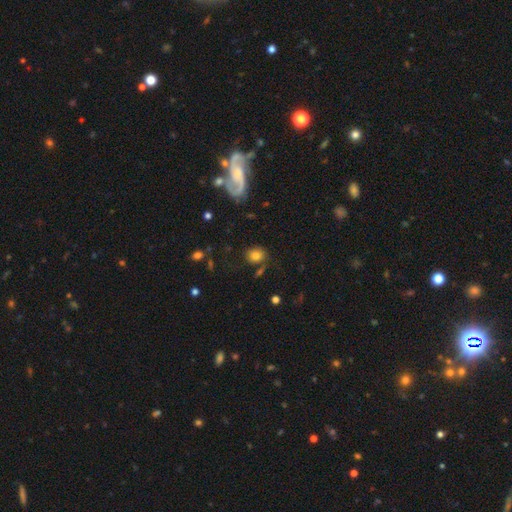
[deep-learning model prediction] A smooth galaxy with no disk features (79%) that is round (67%).

Vote fractions:
- Smooth or featured? smooth: 79% / star or artifact: 13% / featured or disk: 9%
- How rounded? round: 67% / in between: 32% / cigar-shaped: 1%
- Merging? none: 72% / minor disturbance: 15% / merger: 7% / major disturbance: 6%